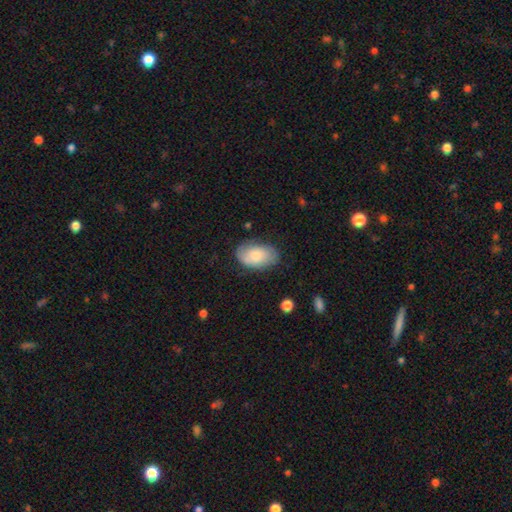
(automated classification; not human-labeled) Overall: smooth (74%). How rounded: in between (93%). Merging: none (74%).